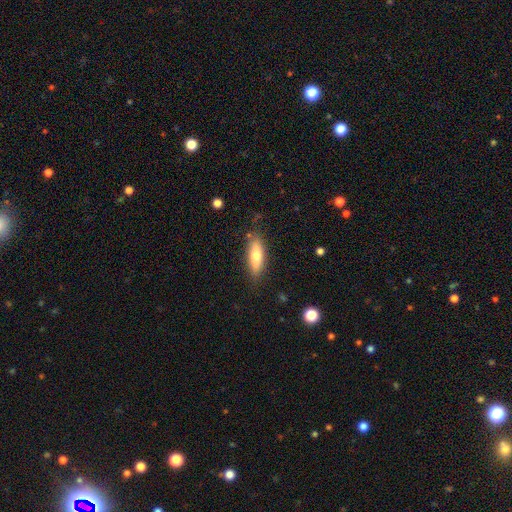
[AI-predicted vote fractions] This appears to be a smooth galaxy with no disk features (71%) that is in between round and cigar-shaped (56%). Merging: none (82%).